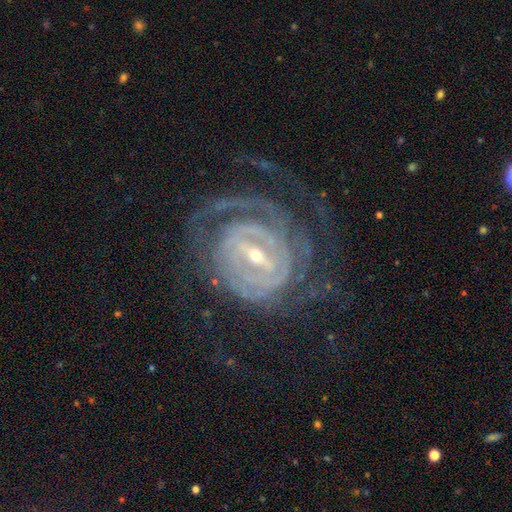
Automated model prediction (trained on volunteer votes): Smooth or featured: featured or disk — 89% (star or artifact — 6%)
Edge-on disk: no — 96% (yes — 4%)
Bar: strong — 53% (weak — 36%)
Spiral arms: yes — 96% (no — 4%)
Spiral winding: tight — 75% (medium — 20%)
Spiral arm count: can't tell — 31% (2 — 21%)
Bulge size: small — 70% (moderate — 26%)
Merging: none — 66% (major disturbance — 18%)